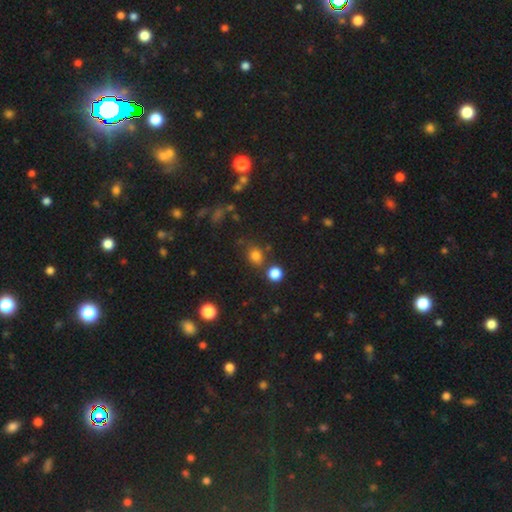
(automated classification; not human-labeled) A smooth galaxy with no disk features (77%) that is round (70%).

Vote fractions:
- Smooth or featured? smooth: 77% / star or artifact: 17% / featured or disk: 6%
- How rounded? round: 70% / in between: 29% / cigar-shaped: 1%
- Merging? none: 71% / minor disturbance: 13% / merger: 11% / major disturbance: 5%